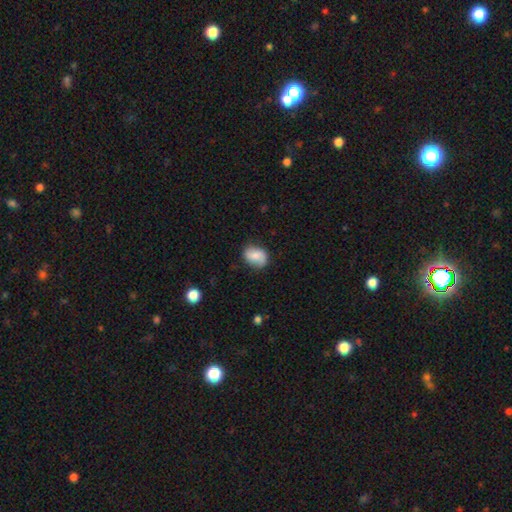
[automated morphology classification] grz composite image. It shows a smooth galaxy with no disk features (74%) that is in between round and cigar-shaped (62%). Merging: none (76%).